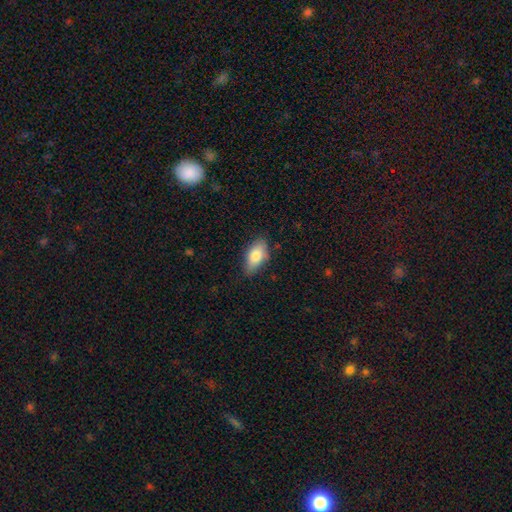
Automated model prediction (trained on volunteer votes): smooth_or_featured: smooth (p=0.81) [alt: featured or disk p=0.12]
how_rounded: in between (p=0.89) [alt: cigar-shaped p=0.07]
merging: none (p=0.76) [alt: minor disturbance p=0.20]